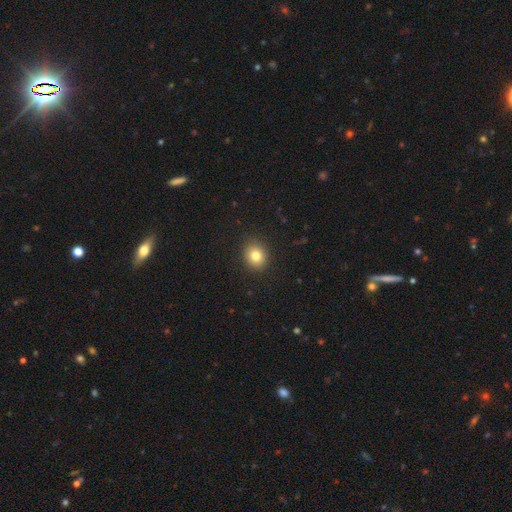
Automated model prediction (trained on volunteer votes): Smooth or featured? smooth (81%)
How rounded? round (69%)
Merging? none (90%)